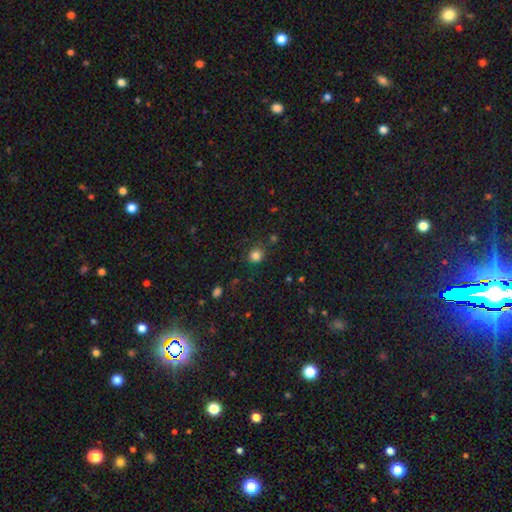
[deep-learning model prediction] Q: Smooth or featured?
A: smooth (81%); runner-up: star or artifact (14%)
Q: How rounded?
A: round (83%); runner-up: in between (16%)
Q: Merging?
A: none (81%); runner-up: minor disturbance (12%)